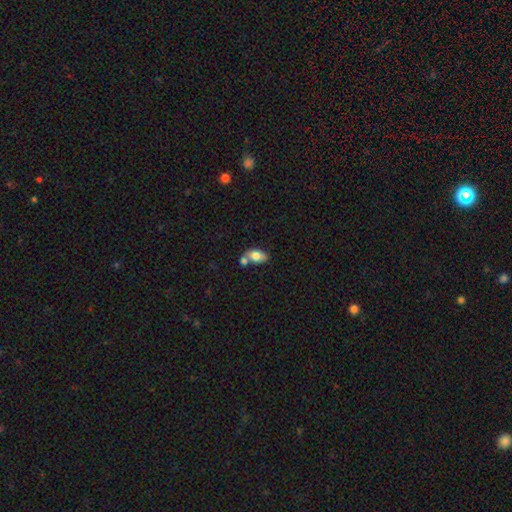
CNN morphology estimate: type=smooth (79%); roundness=in between (89%); merging=none (44%).